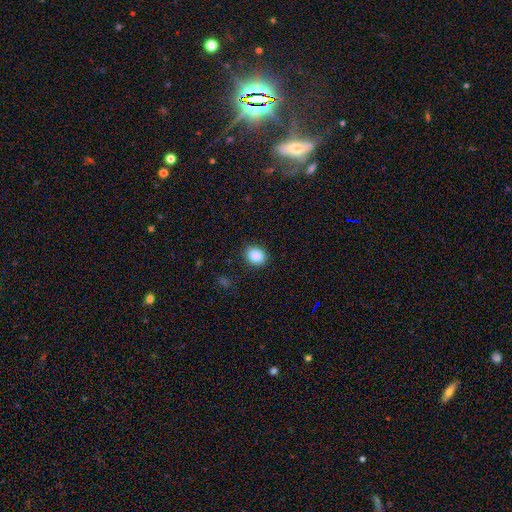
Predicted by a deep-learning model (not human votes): Q: Smooth or featured?
A: smooth (87%); runner-up: star or artifact (9%)
Q: How rounded?
A: round (51%); runner-up: in between (48%)
Q: Merging?
A: none (87%); runner-up: minor disturbance (9%)